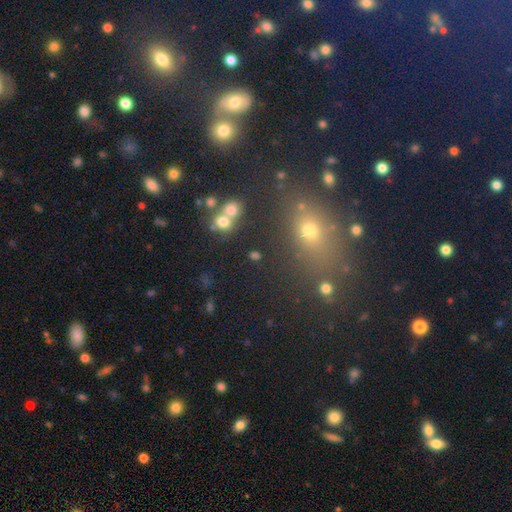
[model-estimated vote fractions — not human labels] Q: Smooth or featured?
A: smooth (58%); runner-up: star or artifact (30%)
Q: How rounded?
A: round (59%); runner-up: in between (37%)
Q: Merging?
A: none (66%); runner-up: merger (17%)